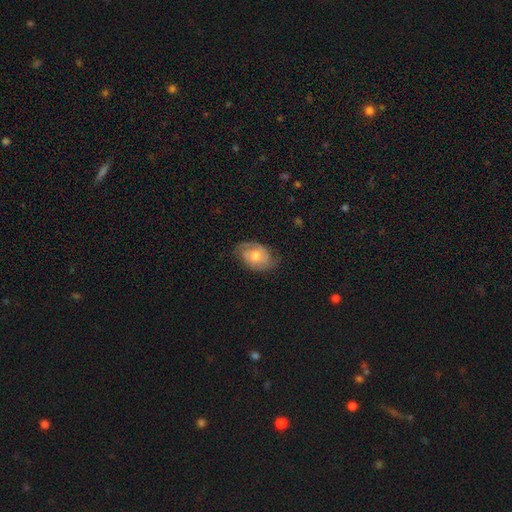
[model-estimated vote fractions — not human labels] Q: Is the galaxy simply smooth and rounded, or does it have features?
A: featured or disk — 71%.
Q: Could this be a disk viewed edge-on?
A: no — 96%.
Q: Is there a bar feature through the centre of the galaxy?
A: no — 72%.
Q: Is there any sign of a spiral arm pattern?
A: yes — 91%.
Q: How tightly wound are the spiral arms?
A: tight — 48%.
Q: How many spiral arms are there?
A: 2 — 73%.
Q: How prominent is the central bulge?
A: moderate — 69%.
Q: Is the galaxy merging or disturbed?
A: none — 74%.